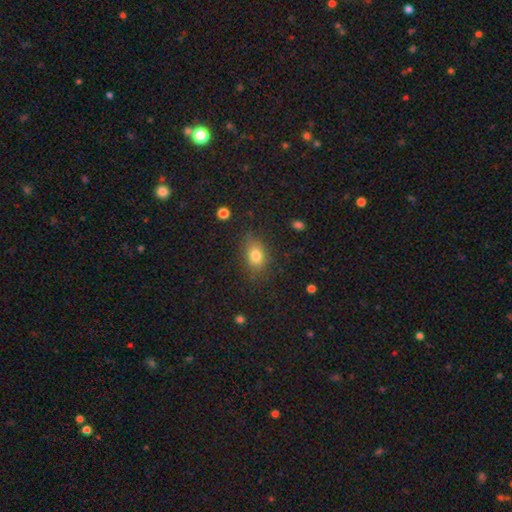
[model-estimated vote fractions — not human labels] A smooth galaxy with no disk features (78%) that is in between round and cigar-shaped (70%).

Vote fractions:
- Smooth or featured? smooth: 78% / star or artifact: 12% / featured or disk: 10%
- How rounded? in between: 70% / round: 28% / cigar-shaped: 2%
- Merging? none: 77% / minor disturbance: 16% / major disturbance: 5% / merger: 2%